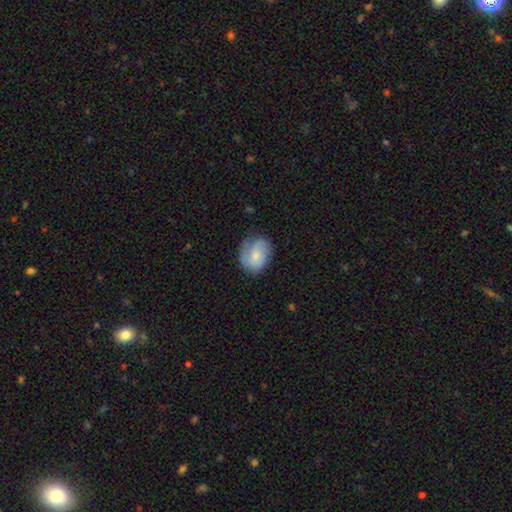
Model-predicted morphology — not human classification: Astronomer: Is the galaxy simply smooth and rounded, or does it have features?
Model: smooth — 65%.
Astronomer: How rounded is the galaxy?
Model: round — 50% (runner-up: in between, 49%).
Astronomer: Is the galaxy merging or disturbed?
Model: none — 62%.